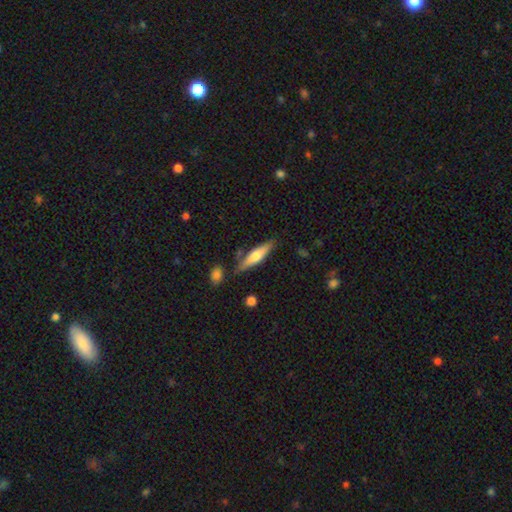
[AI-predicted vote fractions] Q: Smooth or featured?
A: smooth (54%); runner-up: featured or disk (40%)
Q: How rounded?
A: cigar-shaped (72%); runner-up: in between (26%)
Q: Merging?
A: none (78%); runner-up: minor disturbance (14%)